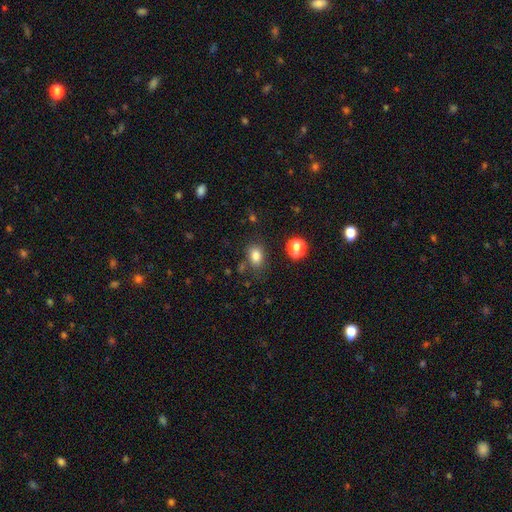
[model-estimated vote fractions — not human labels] A smooth galaxy with no disk features (82%) that is in between round and cigar-shaped (67%). Merging: none (76%).